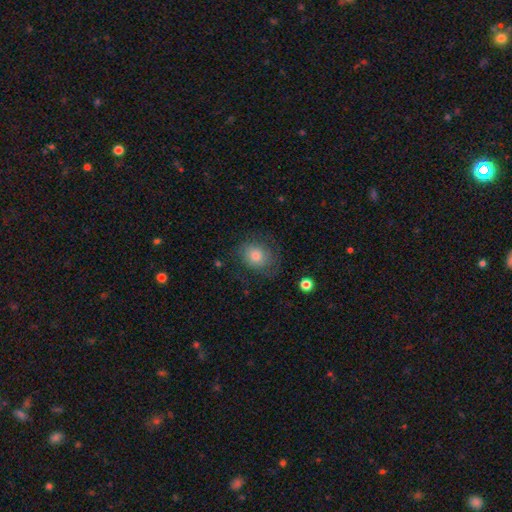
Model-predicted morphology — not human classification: Overall: smooth (66%). How rounded: round (62%; in between 37%). Merging: none (67%).